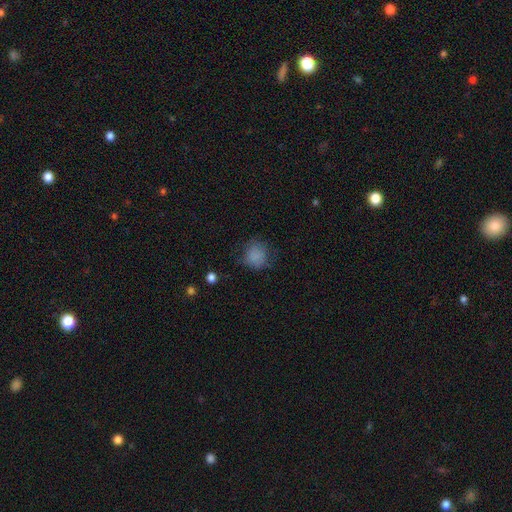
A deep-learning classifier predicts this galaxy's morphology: This is clearly a smooth galaxy (82%). How rounded: clearly round (83%). Merging: likely none (70%).